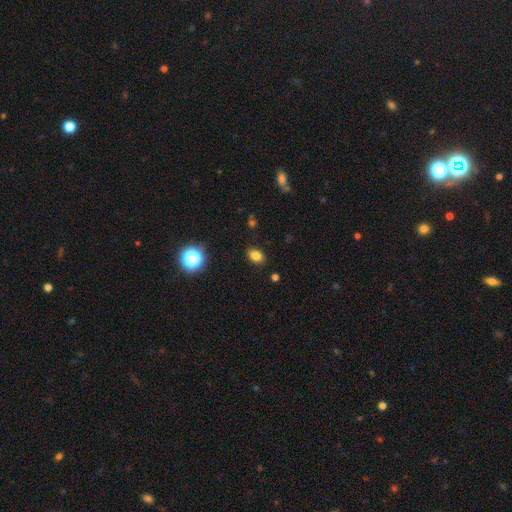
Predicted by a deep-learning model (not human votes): The model was most divided on "how rounded": in between: 78%, round: 21%, cigar-shaped: 1%. More confident: merging — none (88%); smooth or featured — smooth (80%).